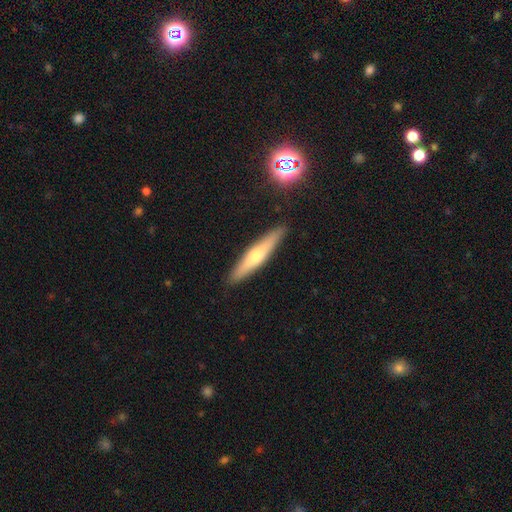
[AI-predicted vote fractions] Smooth or featured?
  - featured or disk: 50% *
  - smooth: 43%
  - star or artifact: 7%
Edge-on disk?
  - yes: 92% *
  - no: 8%
Merging?
  - none: 90% *
  - minor disturbance: 7%
  - major disturbance: 2%
  - merger: 1%